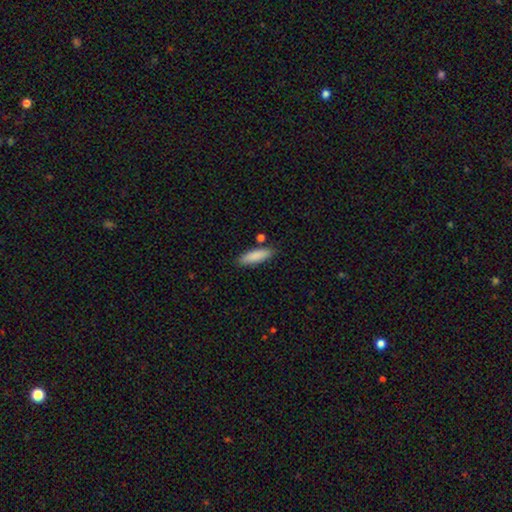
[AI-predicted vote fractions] Smooth or featured? smooth (86%)
How rounded? cigar-shaped (53%)
Merging? none (82%)